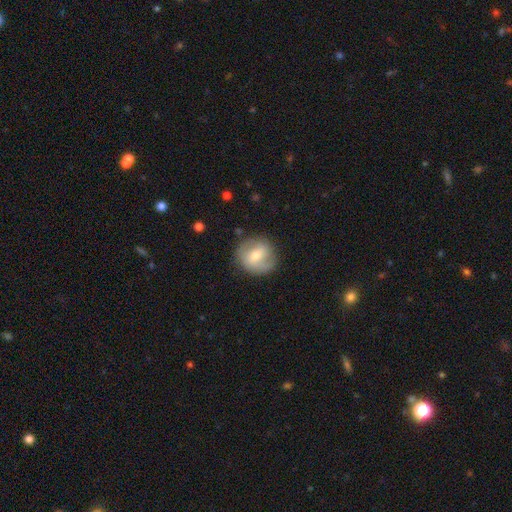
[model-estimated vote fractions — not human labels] Smooth or featured?
  - smooth: 48% *
  - featured or disk: 45%
  - star or artifact: 7%
Merging?
  - none: 80% *
  - minor disturbance: 14%
  - major disturbance: 5%
  - merger: 2%